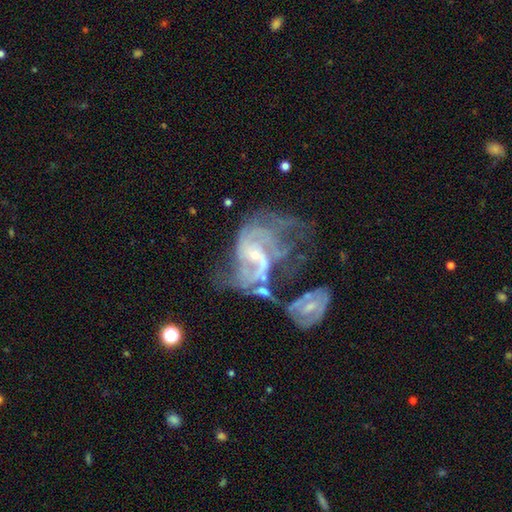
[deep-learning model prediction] smooth_or_featured: featured or disk (p=0.86) [alt: star or artifact p=0.08]
disk_edge_on: no (p=0.97) [alt: yes p=0.03]
bar: no (p=0.53) [alt: weak p=0.35]
has_spiral_arms: yes (p=0.92) [alt: no p=0.08]
spiral_winding: medium (p=0.44) [alt: tight p=0.32]
spiral_arm_count: 2 (p=0.48) [alt: can't tell p=0.26]
bulge_size: small (p=0.70) [alt: moderate p=0.23]
merging: merger (p=0.47) [alt: major disturbance p=0.25]